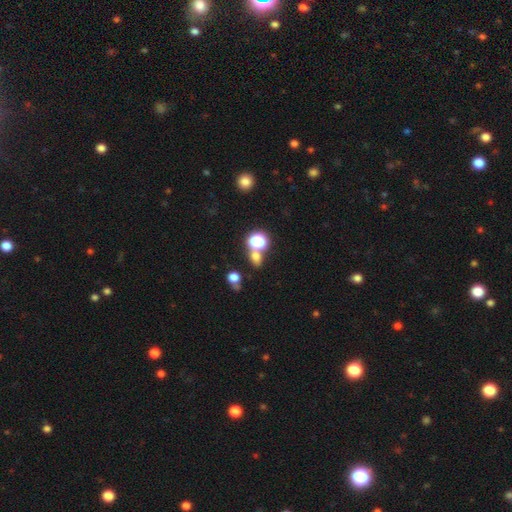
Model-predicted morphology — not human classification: A smooth galaxy with no disk features (61%) that is round (59%).

Vote fractions:
- Smooth or featured? smooth: 61% / star or artifact: 30% / featured or disk: 9%
- How rounded? round: 59% / in between: 39% / cigar-shaped: 2%
- Merging? none: 57% / merger: 26% / minor disturbance: 11% / major disturbance: 6%